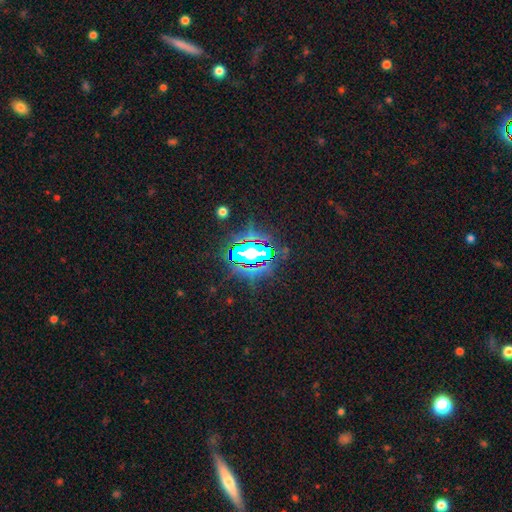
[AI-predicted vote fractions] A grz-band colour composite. It shows a star or artifact, not a galaxy (79%).